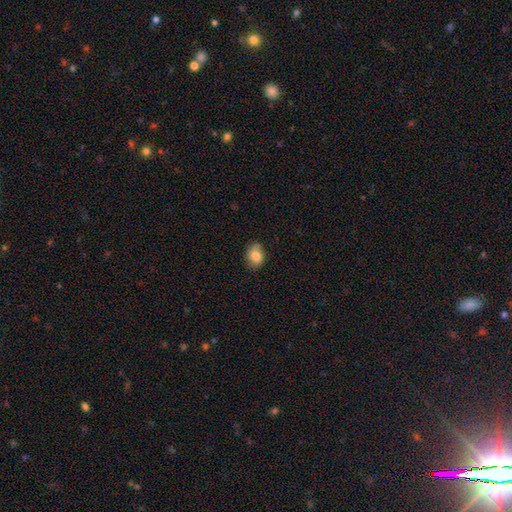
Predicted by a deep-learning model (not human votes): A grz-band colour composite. It shows a smooth galaxy with no disk features (82%) that is in between round and cigar-shaped (56%). Merging: none (71%).